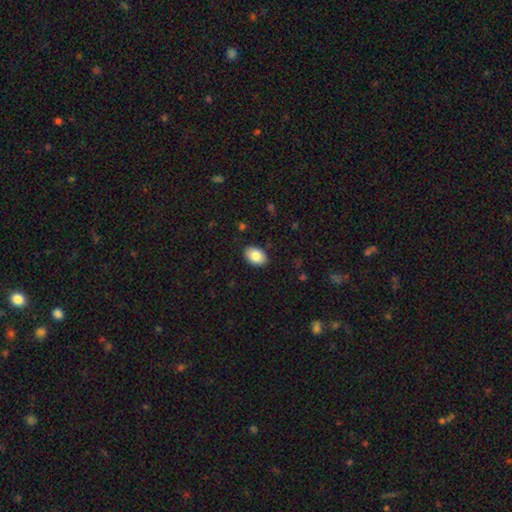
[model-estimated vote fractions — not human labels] Q: Smooth or featured?
A: smooth (85%); runner-up: featured or disk (8%)
Q: How rounded?
A: in between (86%); runner-up: round (13%)
Q: Merging?
A: none (89%); runner-up: minor disturbance (8%)